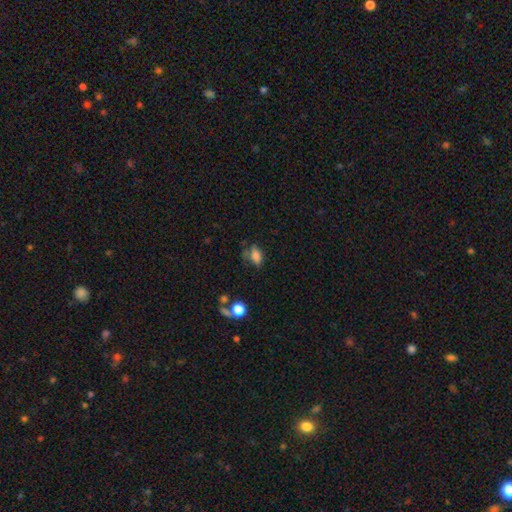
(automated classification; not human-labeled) Morphology: type=smooth (78%); roundness=in between (86%); merging=none (48%).